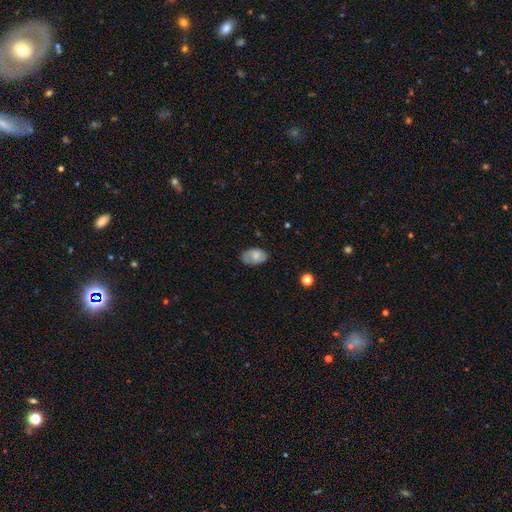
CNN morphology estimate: The model was most divided on "merging": none: 69%, minor disturbance: 23%, major disturbance: 6%, merger: 2%. More confident: how rounded — in between (90%); smooth or featured — smooth (69%).